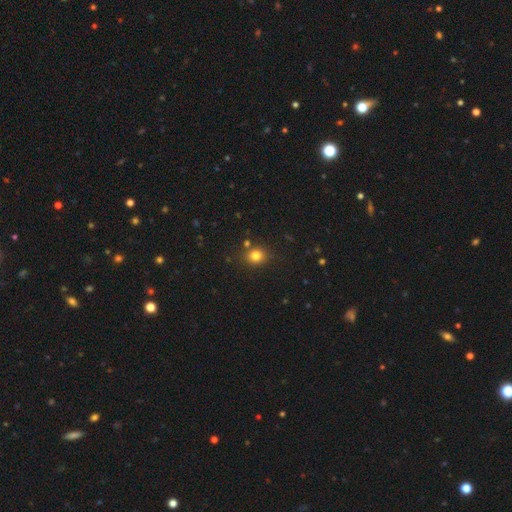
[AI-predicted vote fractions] Morphology: type=smooth (80%); roundness=round (80%); merging=none (82%).